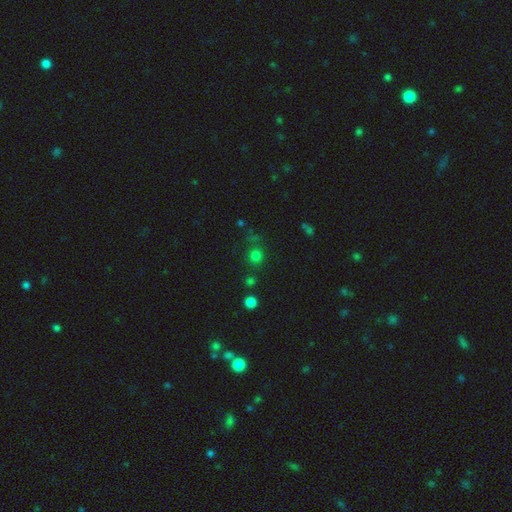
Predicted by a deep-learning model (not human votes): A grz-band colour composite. It shows a smooth galaxy with no disk features (73%) that is round (90%). Merging: none (78%).